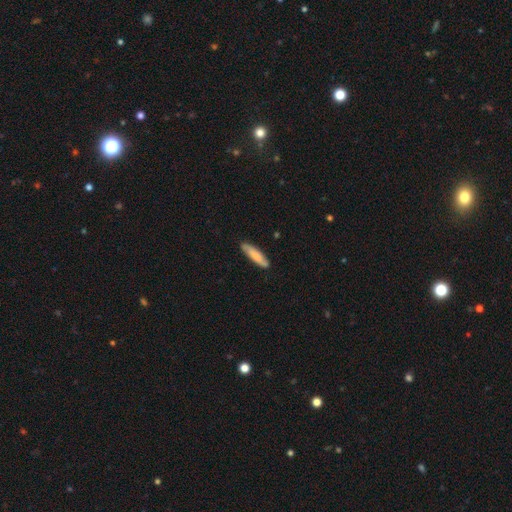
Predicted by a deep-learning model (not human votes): A smooth galaxy with no disk features (76%) that is cigar-shaped (75%). Merging: none (86%).